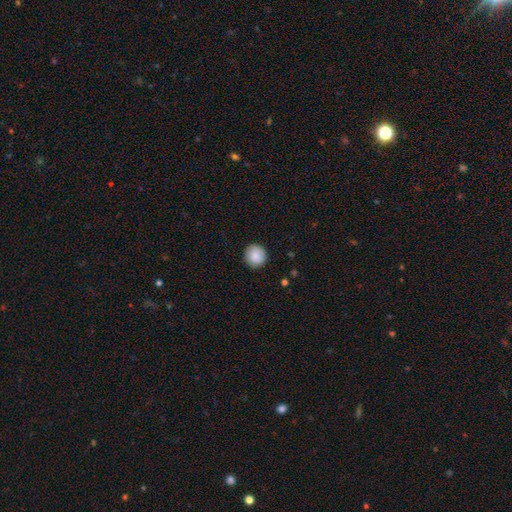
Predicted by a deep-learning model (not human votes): This is clearly a smooth galaxy (88%). How rounded: clearly round (93%). Merging: clearly none (89%).